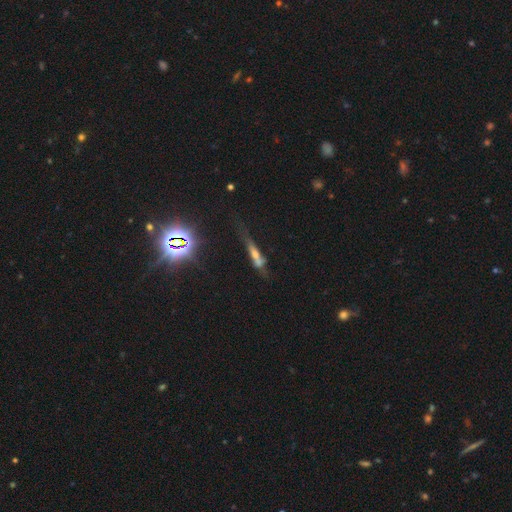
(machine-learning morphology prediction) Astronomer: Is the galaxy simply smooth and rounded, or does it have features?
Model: featured or disk — 41%, tied with smooth at 41%.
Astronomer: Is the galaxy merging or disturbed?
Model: none — 32% (runner-up: merger, 25%).